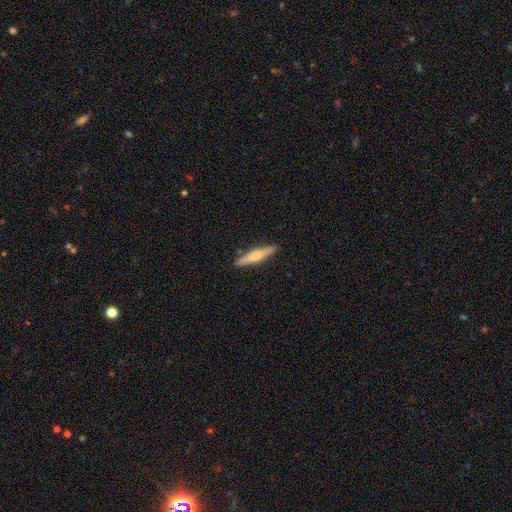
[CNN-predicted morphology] The model was most divided on "smooth or featured": smooth: 48%, featured or disk: 46%, star or artifact: 6%. More confident: merging — none (89%).